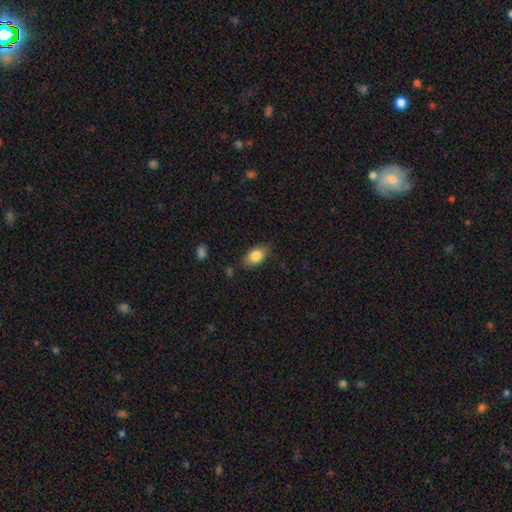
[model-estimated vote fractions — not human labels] smooth 84%, featured or disk 9%, star or artifact 7%. Down the decision tree: how rounded — in between (89%); merging — none (79%).